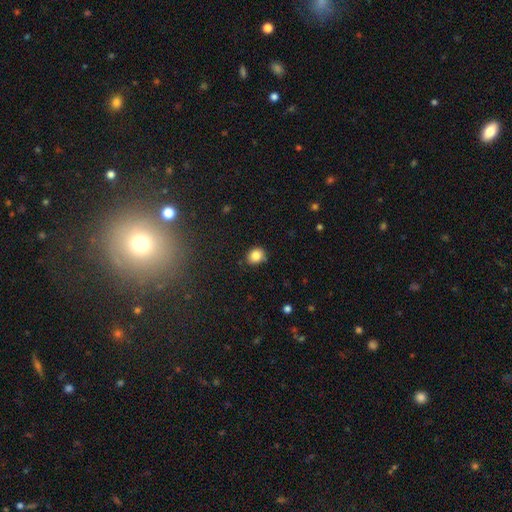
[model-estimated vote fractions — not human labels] Smooth or featured? smooth (84%)
How rounded? round (67%)
Merging? none (81%)